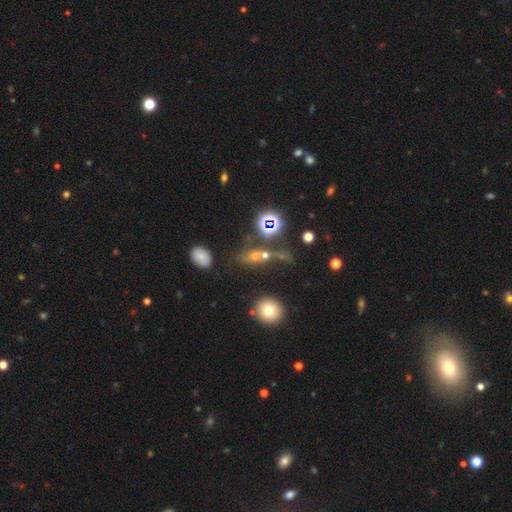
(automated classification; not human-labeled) Smooth or featured?
  - smooth: 39% *
  - star or artifact: 37%
  - featured or disk: 24%
Merging?
  - none: 52% *
  - merger: 21%
  - minor disturbance: 15%
  - major disturbance: 11%